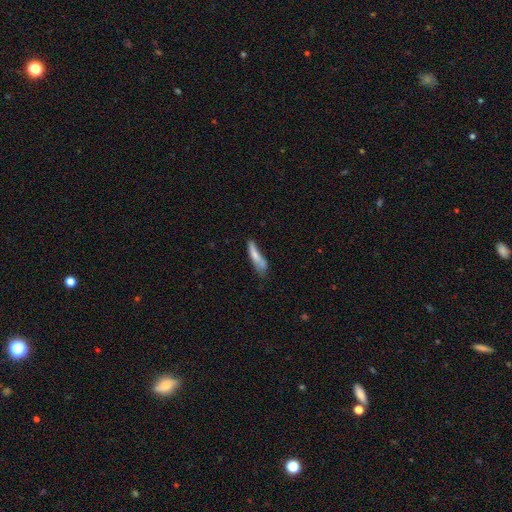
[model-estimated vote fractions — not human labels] Smooth or featured?
  - smooth: 70% *
  - featured or disk: 23%
  - star or artifact: 7%
How rounded?
  - cigar-shaped: 78% *
  - in between: 20%
  - round: 2%
Merging?
  - none: 44% *
  - minor disturbance: 31%
  - major disturbance: 15%
  - merger: 11%